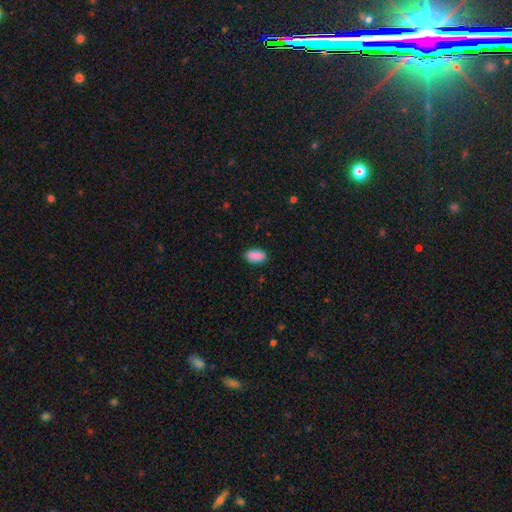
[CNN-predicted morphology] A smooth galaxy with no disk features (87%) that is in between round and cigar-shaped (93%).

Vote fractions:
- Smooth or featured? smooth: 87% / star or artifact: 7% / featured or disk: 5%
- How rounded? in between: 93% / round: 5% / cigar-shaped: 2%
- Merging? none: 83% / minor disturbance: 13% / major disturbance: 2% / merger: 2%